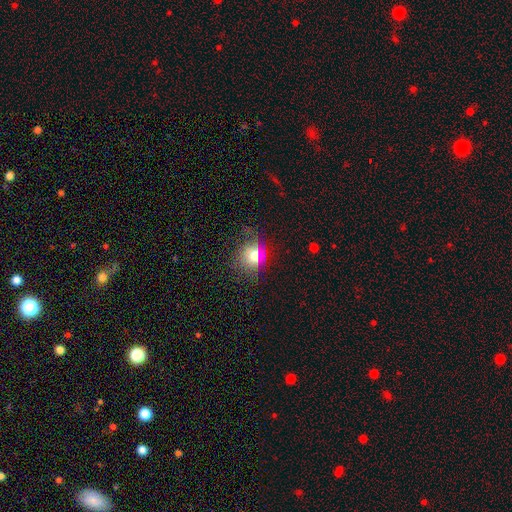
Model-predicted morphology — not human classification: Q: Smooth or featured?
A: smooth (68%); runner-up: star or artifact (20%)
Q: How rounded?
A: round (78%); runner-up: in between (21%)
Q: Merging?
A: none (75%); runner-up: minor disturbance (16%)